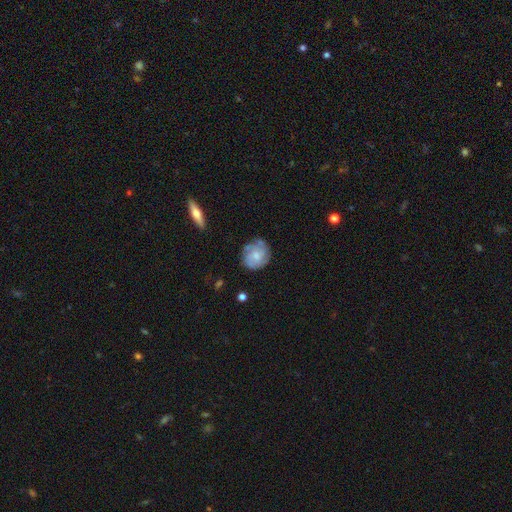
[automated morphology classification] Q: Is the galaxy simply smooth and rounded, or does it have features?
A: featured or disk — 53%.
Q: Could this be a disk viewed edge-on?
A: no — 97%.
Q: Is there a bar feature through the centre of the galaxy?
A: no — 76%.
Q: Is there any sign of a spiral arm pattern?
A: yes — 78%.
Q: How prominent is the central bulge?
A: moderate — 43%.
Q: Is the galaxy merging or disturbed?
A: none — 70%.